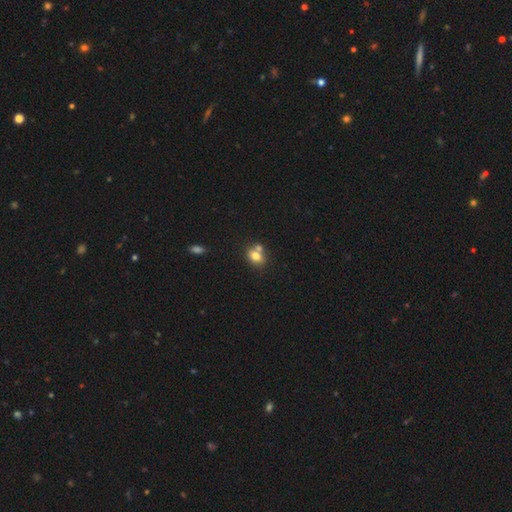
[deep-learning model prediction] smooth 76%, featured or disk 14%, star or artifact 10%. Down the decision tree: how rounded — in between (61%); merging — none (46%).